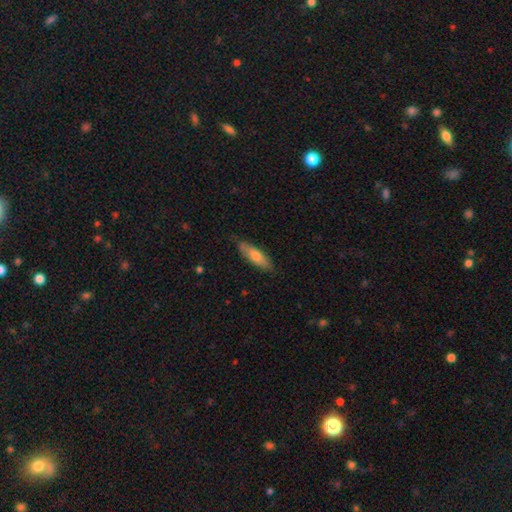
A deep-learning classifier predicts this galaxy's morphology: smooth 70%, featured or disk 24%, star or artifact 6%. Down the decision tree: how rounded — cigar-shaped (51%); merging — none (75%).